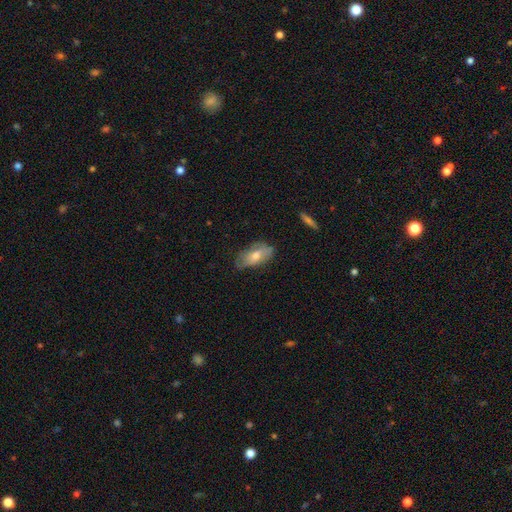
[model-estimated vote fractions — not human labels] This is likely a smooth galaxy (62%). How rounded: clearly in between (87%). Merging: likely none (66%).